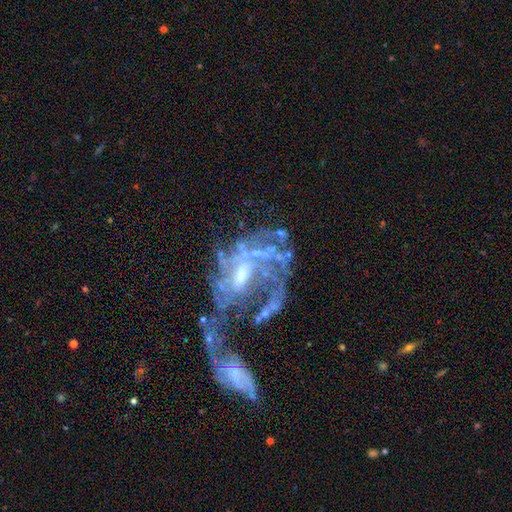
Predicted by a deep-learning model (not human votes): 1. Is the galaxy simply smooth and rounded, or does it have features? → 79% featured or disk, 12% star or artifact, 9% smooth.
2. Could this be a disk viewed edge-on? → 96% no, 4% yes.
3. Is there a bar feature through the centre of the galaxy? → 47% no, 37% weak, 16% strong.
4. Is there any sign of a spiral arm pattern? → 75% yes, 25% no.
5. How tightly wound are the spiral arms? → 37% medium, 32% tight, 31% loose.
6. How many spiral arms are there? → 43% can't tell, 25% 2, 12% 3, 9% 1, 6% 4, 6% more than 4.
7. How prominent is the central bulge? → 45% moderate, 38% small, 10% none, 5% large, 2% dominant.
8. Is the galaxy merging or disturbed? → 51% merger, 24% major disturbance, 16% none, 9% minor disturbance.